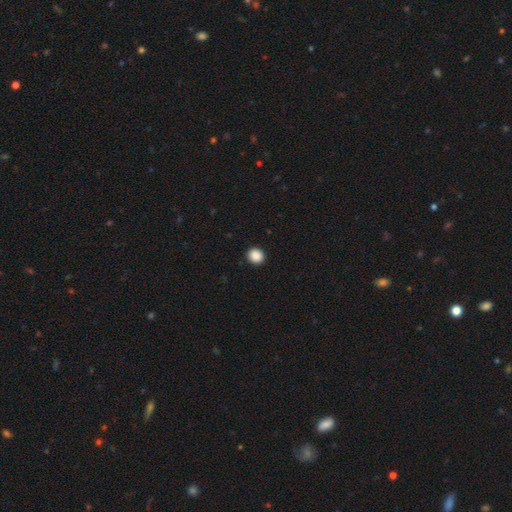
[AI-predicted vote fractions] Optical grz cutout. It shows a smooth galaxy with no disk features (89%) that is round (86%). Merging: none (93%).